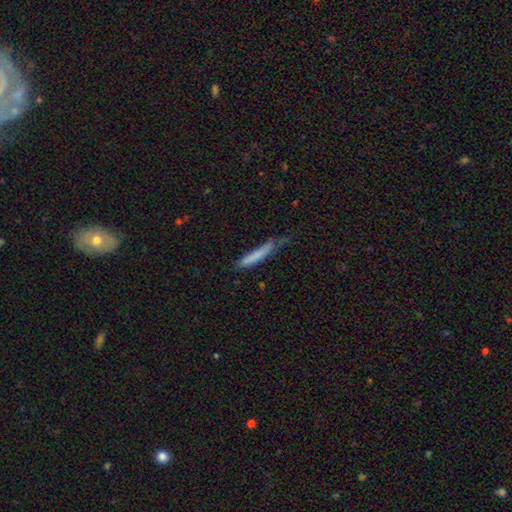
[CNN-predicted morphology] type=smooth (74%); roundness=cigar-shaped (94%); merging=none (55%).